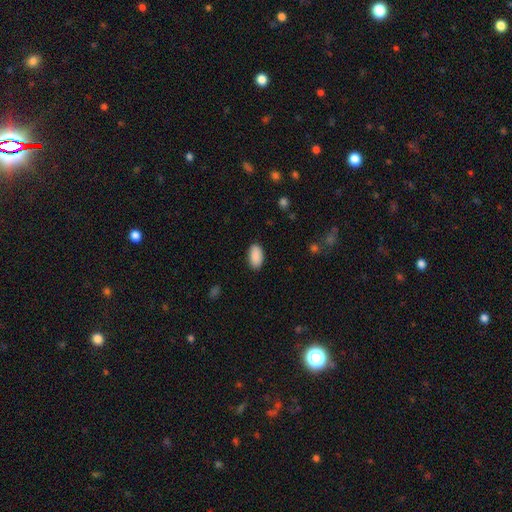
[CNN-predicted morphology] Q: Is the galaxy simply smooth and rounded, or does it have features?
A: smooth — 91%.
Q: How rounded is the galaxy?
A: in between — 95%.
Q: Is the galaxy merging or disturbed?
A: none — 88%.